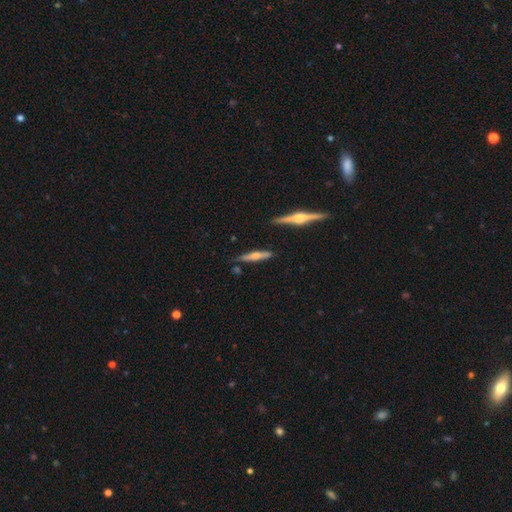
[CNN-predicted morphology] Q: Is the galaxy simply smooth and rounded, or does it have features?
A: featured or disk — 58%.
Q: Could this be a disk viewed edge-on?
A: yes — 96%.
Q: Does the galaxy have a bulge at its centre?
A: rounded — 88%.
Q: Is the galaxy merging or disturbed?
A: none — 82%.